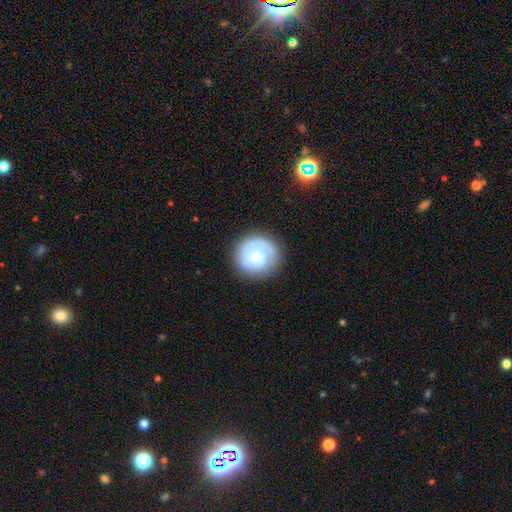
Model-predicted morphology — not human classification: Smooth or featured?
  - smooth: 49% *
  - featured or disk: 44%
  - star or artifact: 7%
Merging?
  - none: 74% *
  - minor disturbance: 15%
  - major disturbance: 9%
  - merger: 2%